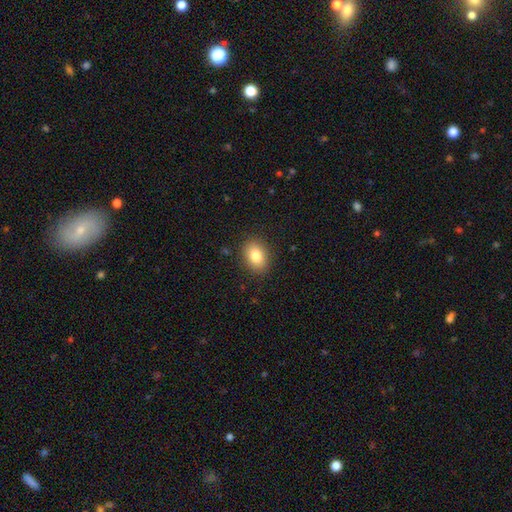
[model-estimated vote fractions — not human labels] Morphology: type=smooth (83%); roundness=in between (70%); merging=none (87%).